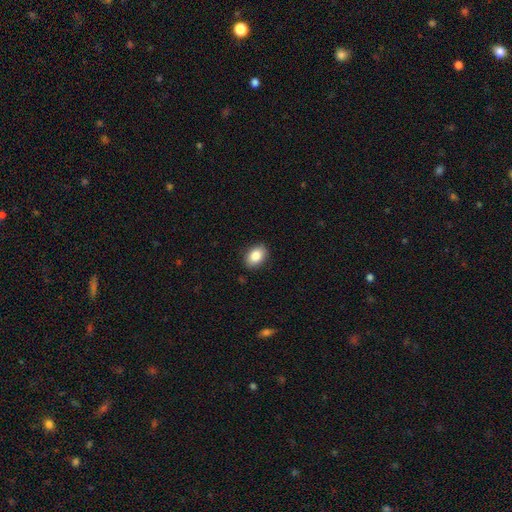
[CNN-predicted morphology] Q: Smooth or featured?
A: smooth (86%); runner-up: star or artifact (7%)
Q: How rounded?
A: in between (82%); runner-up: round (17%)
Q: Merging?
A: none (88%); runner-up: minor disturbance (9%)